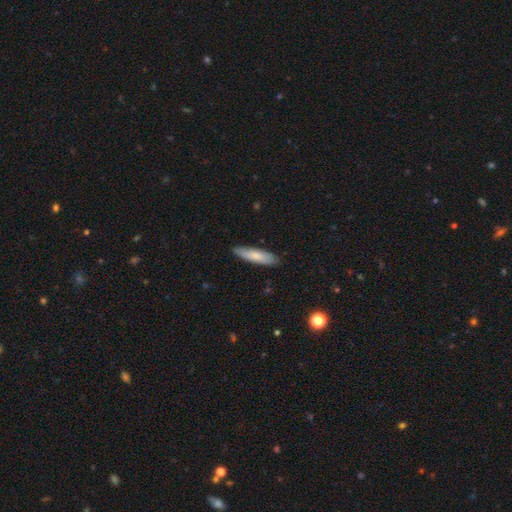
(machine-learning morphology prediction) Smooth or featured: smooth — 77% (featured or disk — 18%)
How rounded: cigar-shaped — 73% (in between — 26%)
Merging: none — 85% (minor disturbance — 12%)